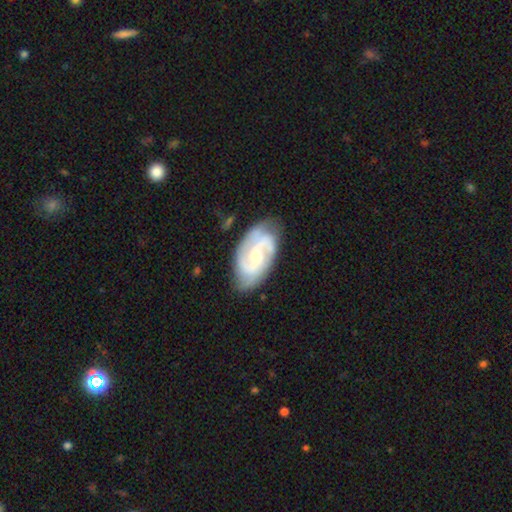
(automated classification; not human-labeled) This is clearly a featured or disk galaxy (86%). It is clearly not viewed edge-on (97%). Bar: possibly no (48%). Spiral arm pattern: clearly yes (97%). Spiral arm count: possibly 2 (53%). Spiral winding: possibly medium (45%). Central bulge: possibly moderate (55%). Merging: likely none (76%).